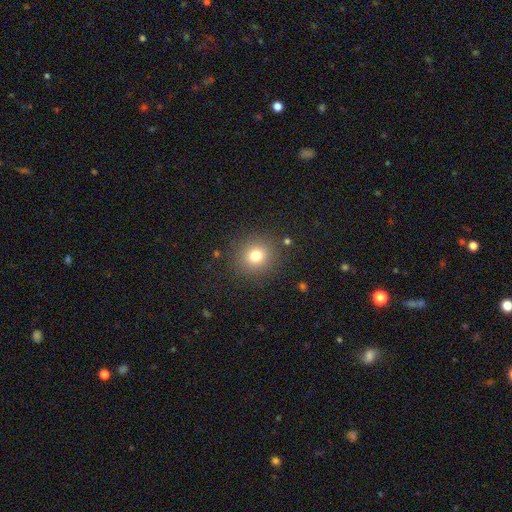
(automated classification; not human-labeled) Q: Smooth or featured?
A: smooth (76%); runner-up: star or artifact (15%)
Q: How rounded?
A: round (87%); runner-up: in between (12%)
Q: Merging?
A: none (88%); runner-up: minor disturbance (7%)